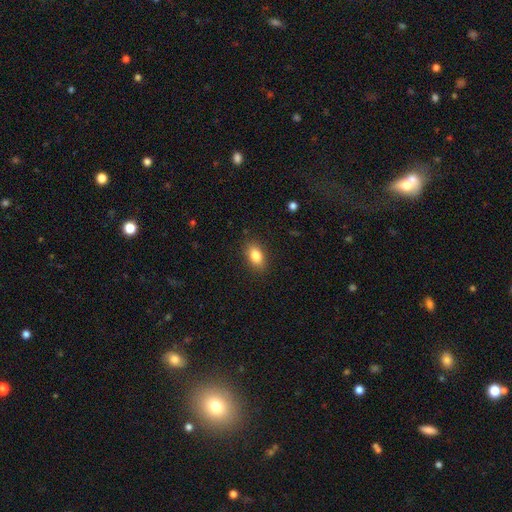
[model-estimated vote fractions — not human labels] The model was most divided on "merging": none: 86%, minor disturbance: 10%, major disturbance: 3%, merger: 1%. More confident: how rounded — in between (87%); smooth or featured — smooth (84%).